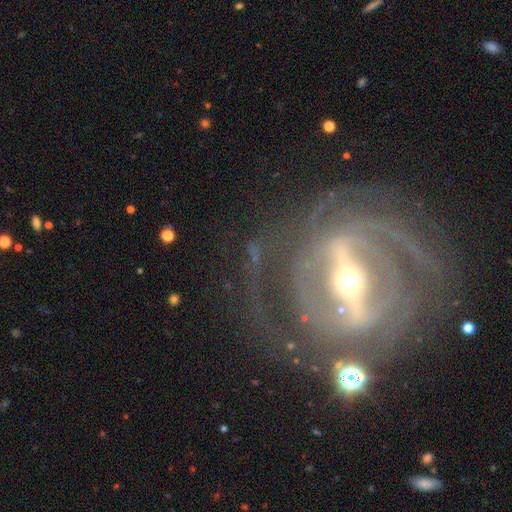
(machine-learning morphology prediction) Smooth or featured?
  - featured or disk: 87% *
  - star or artifact: 7%
  - smooth: 6%
Edge-on disk?
  - no: 87% *
  - yes: 13%
Bar?
  - strong: 79% *
  - weak: 14%
  - no: 7%
Spiral arms?
  - yes: 80% *
  - no: 20%
Spiral winding?
  - tight: 51% *
  - medium: 34%
  - loose: 14%
Spiral arm count?
  - 2: 39% *
  - can't tell: 29%
  - 3: 11%
  - 4: 8%
  - more than 4: 7%
  - 1: 6%
Bulge size?
  - small: 47% *
  - moderate: 45%
  - large: 5%
  - dominant: 2%
  - none: 1%
Merging?
  - none: 67% *
  - major disturbance: 16%
  - minor disturbance: 14%
  - merger: 4%